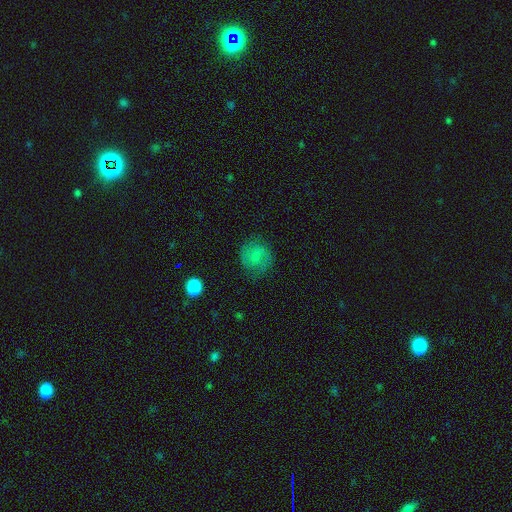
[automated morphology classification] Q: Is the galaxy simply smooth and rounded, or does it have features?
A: smooth — 46%.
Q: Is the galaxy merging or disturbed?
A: none — 72%.